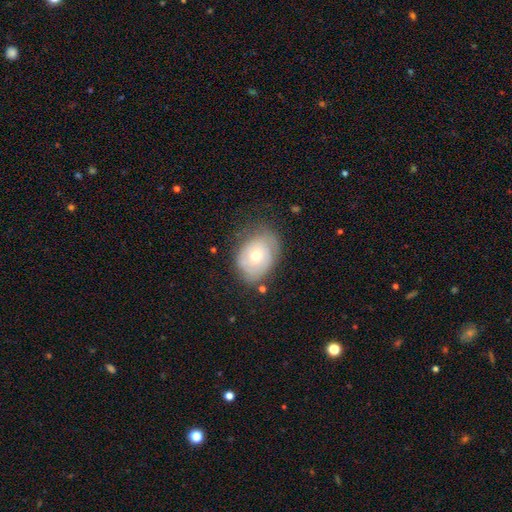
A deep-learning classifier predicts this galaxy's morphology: smooth-or-featured: smooth: 48% | featured or disk: 44% | star or artifact: 8%
  merging: none: 63% | minor disturbance: 26% | major disturbance: 9% | merger: 2%